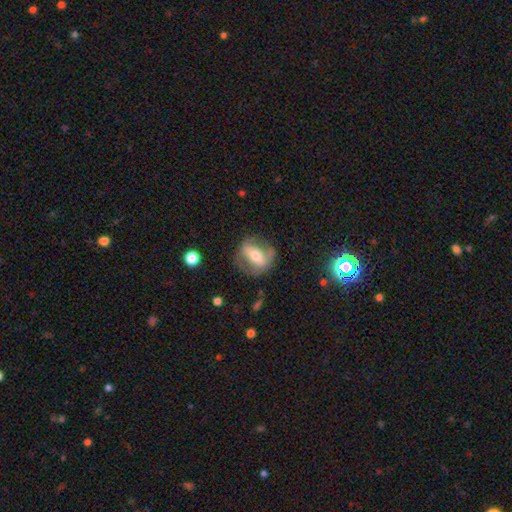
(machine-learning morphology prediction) featured or disk 57%, smooth 35%, star or artifact 8%. Down the decision tree: edge-on disk — no (81%); merging — none (66%).